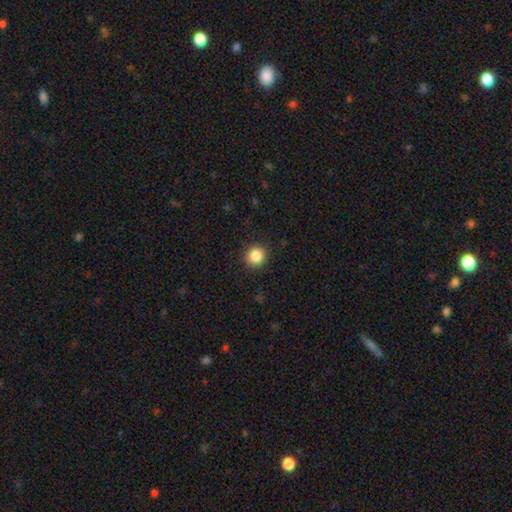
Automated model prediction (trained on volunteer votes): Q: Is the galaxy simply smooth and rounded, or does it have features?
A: smooth — 85%.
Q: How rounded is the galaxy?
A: round — 92%.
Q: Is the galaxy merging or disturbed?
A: none — 91%.